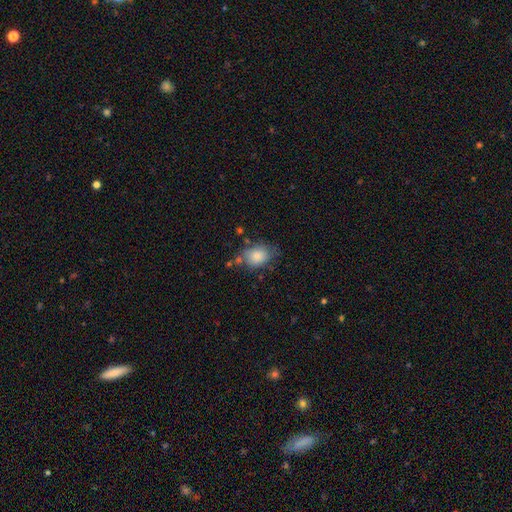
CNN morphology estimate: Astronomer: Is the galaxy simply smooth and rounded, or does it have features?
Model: smooth — 80%.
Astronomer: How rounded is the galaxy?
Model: in between — 68%.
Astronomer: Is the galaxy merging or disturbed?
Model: none — 62%.